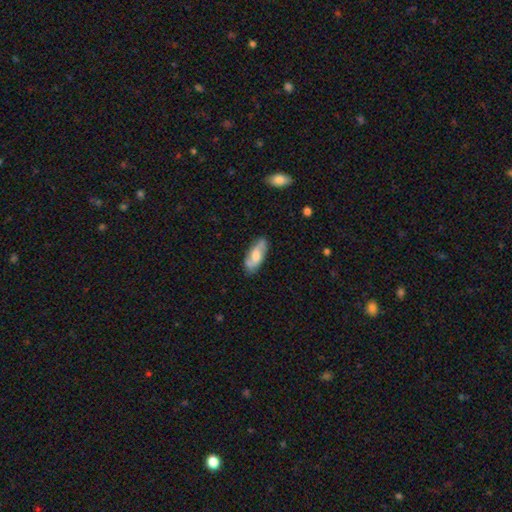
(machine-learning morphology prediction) smooth-or-featured: featured or disk: 51% | smooth: 43% | star or artifact: 6%
  disk-edge-on: no: 86% | yes: 14%
  merging: none: 81% | minor disturbance: 14% | major disturbance: 3% | merger: 1%